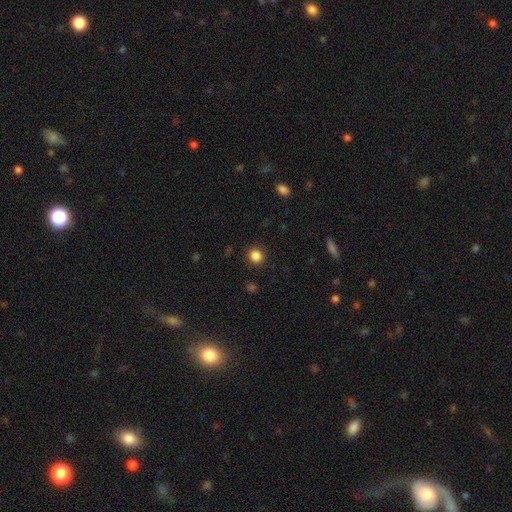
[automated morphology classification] type=smooth (85%); roundness=round (84%); merging=none (90%).